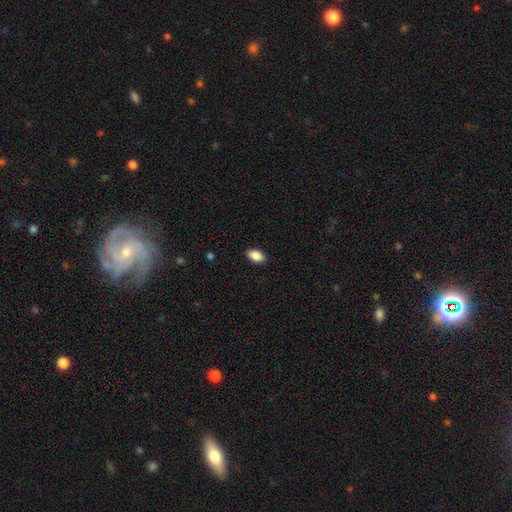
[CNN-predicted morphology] Smooth or featured?
  - smooth: 87% *
  - star or artifact: 7%
  - featured or disk: 6%
How rounded?
  - in between: 92% *
  - round: 5%
  - cigar-shaped: 3%
Merging?
  - none: 90% *
  - minor disturbance: 8%
  - major disturbance: 2%
  - merger: 1%